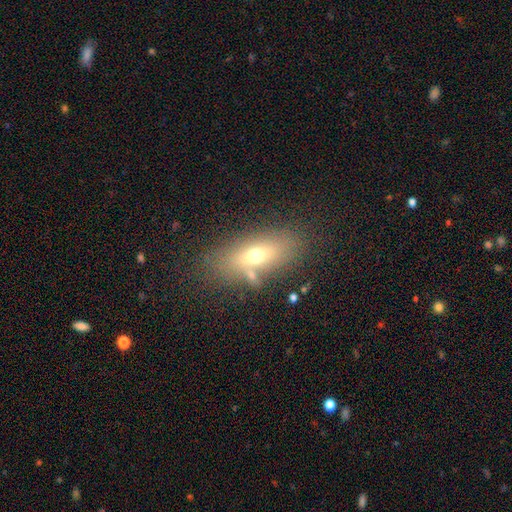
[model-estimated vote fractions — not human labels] Smooth or featured? Predicted: smooth (p=0.59). How rounded? Predicted: in between (p=0.74). Merging? Predicted: none (p=0.69).